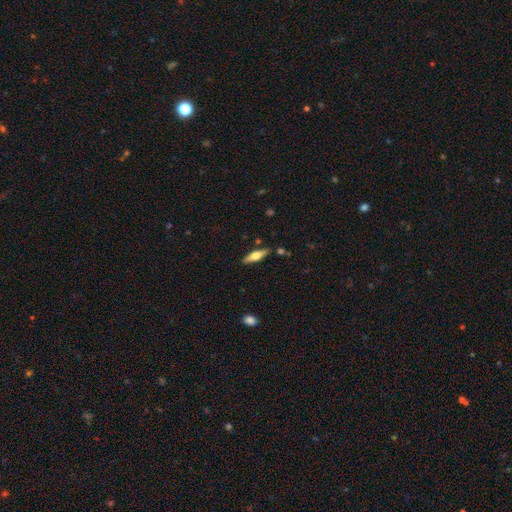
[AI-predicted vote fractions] smooth_or_featured: smooth (p=0.47) [tied with: featured or disk p=0.47]
merging: none (p=0.84) [alt: minor disturbance p=0.11]